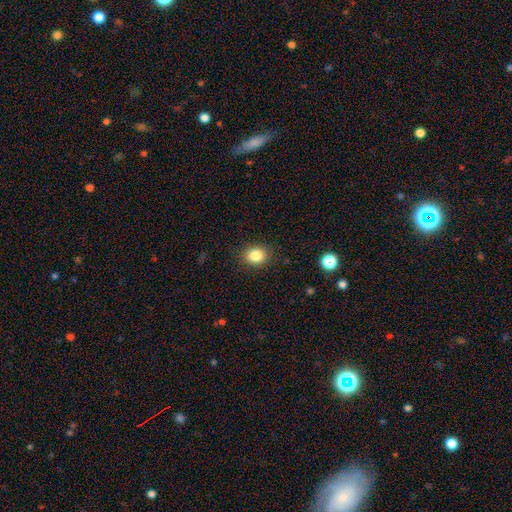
This appears to be a smooth galaxy with no disk features (82%) that is round (61%). Merging: none (89%).